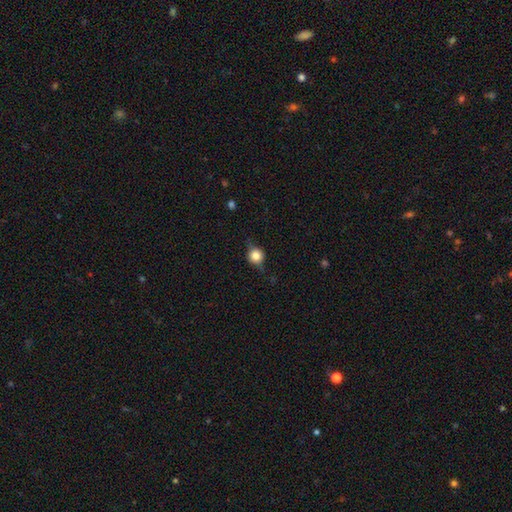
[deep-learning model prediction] Smooth or featured? smooth (69%)
How rounded? round (88%)
Merging? none (72%)